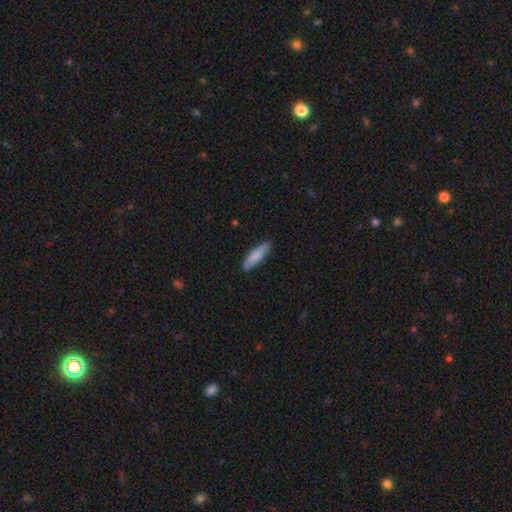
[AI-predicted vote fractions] Q: Smooth or featured?
A: smooth (83%); runner-up: featured or disk (12%)
Q: How rounded?
A: cigar-shaped (66%); runner-up: in between (33%)
Q: Merging?
A: none (87%); runner-up: minor disturbance (10%)